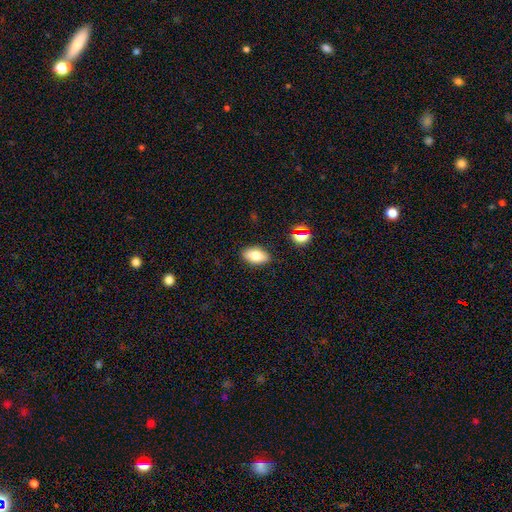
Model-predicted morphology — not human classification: This appears to be a smooth galaxy with no disk features (80%) that is in between round and cigar-shaped (90%). Merging: none (86%).